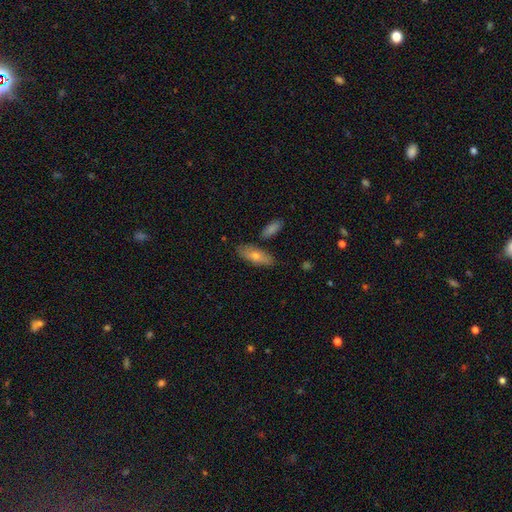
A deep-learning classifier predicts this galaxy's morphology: Smooth or featured? Predicted: smooth (p=0.63). How rounded? Predicted: in between (p=0.65). Merging? Predicted: none (p=0.80).